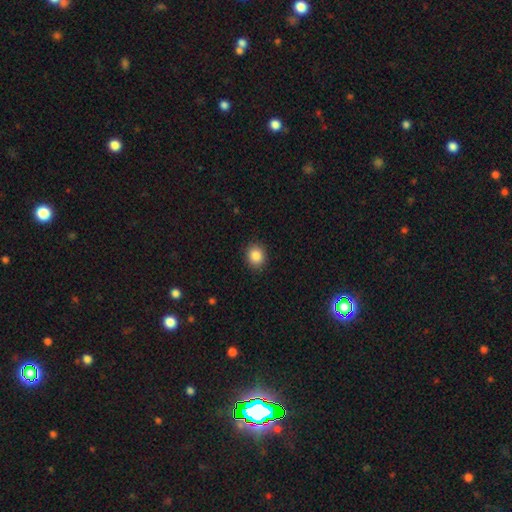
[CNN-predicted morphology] smooth 87%, star or artifact 9%, featured or disk 4%. Down the decision tree: how rounded — round (67%); merging — none (90%).